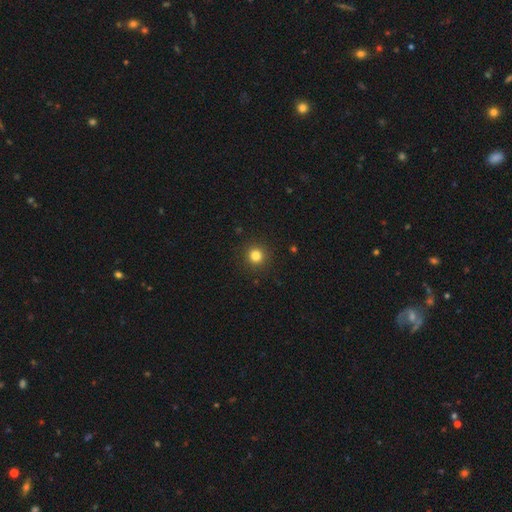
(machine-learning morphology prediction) A smooth galaxy with no disk features (82%) that is round (94%). Merging: none (92%).